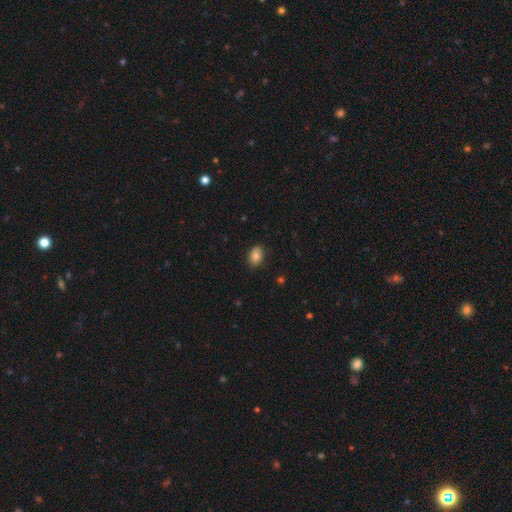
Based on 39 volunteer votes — A smooth galaxy with no disk features (85%) that is in between round and cigar-shaped (82%).

Vote fractions:
- Smooth or featured? smooth: 85% / star or artifact: 10% / featured or disk: 5%
- How rounded? in between: 82% / round: 18% / cigar-shaped: 0%
- Merging? none: 91% / minor disturbance: 9% / major disturbance: 0% / merger: 0%